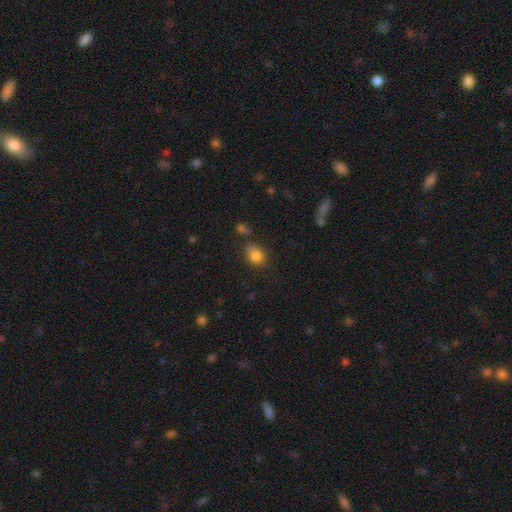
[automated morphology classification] A smooth galaxy with no disk features (83%) that is in between round and cigar-shaped (54%). Merging: none (65%).